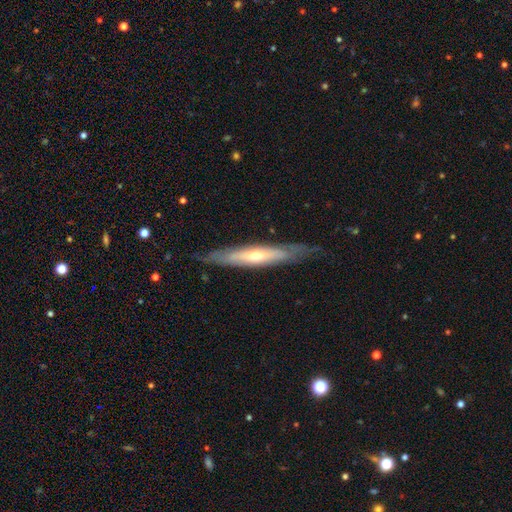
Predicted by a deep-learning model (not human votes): This appears to be a featured or disk galaxy (65%) viewed edge-on (72%). Merging: none (78%).